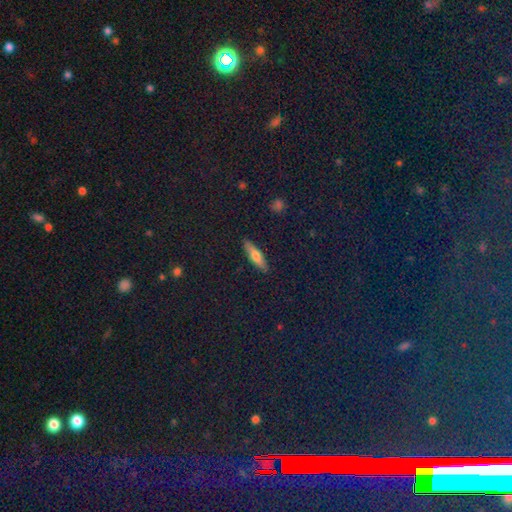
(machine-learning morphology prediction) Smooth or featured?
  - smooth: 57% *
  - featured or disk: 33%
  - star or artifact: 10%
How rounded?
  - cigar-shaped: 67% *
  - in between: 29%
  - round: 4%
Merging?
  - none: 90% *
  - minor disturbance: 7%
  - major disturbance: 2%
  - merger: 1%